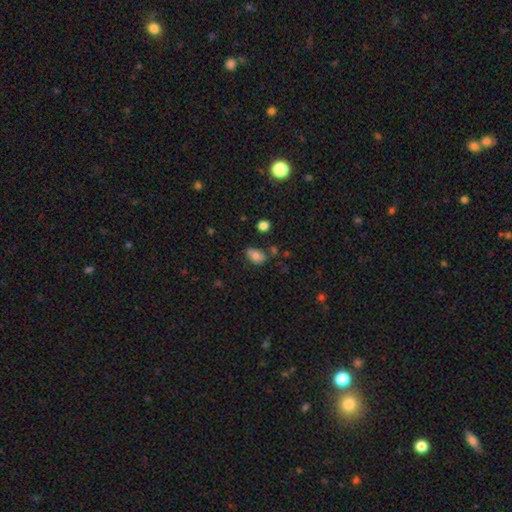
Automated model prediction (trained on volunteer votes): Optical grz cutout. It shows a smooth galaxy with no disk features (76%) that is in between round and cigar-shaped (81%). Merging: none (57%).